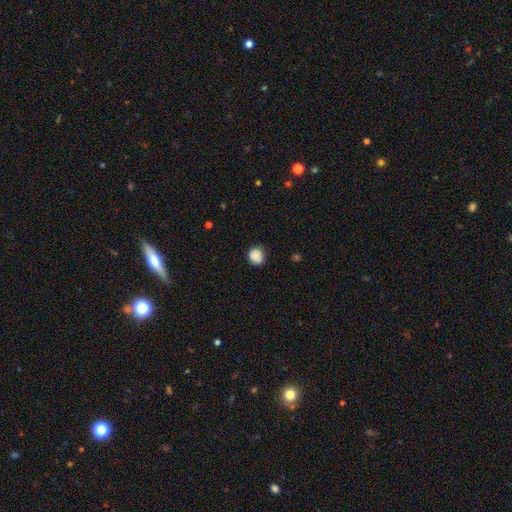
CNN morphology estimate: smooth-or-featured: smooth: 87% | star or artifact: 9% | featured or disk: 4%
  how-rounded: round: 82% | in between: 17% | cigar-shaped: 1%
  merging: none: 80% | minor disturbance: 16% | major disturbance: 3% | merger: 2%